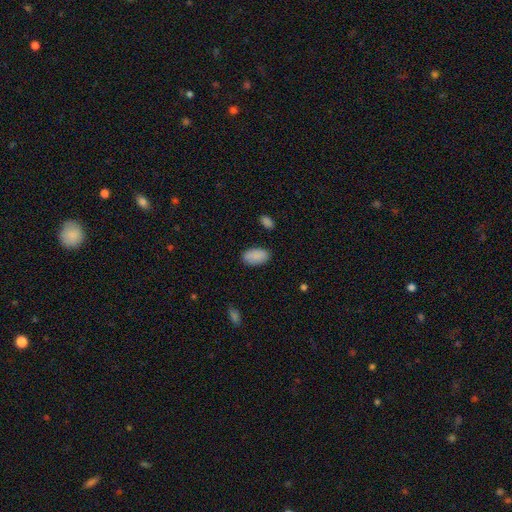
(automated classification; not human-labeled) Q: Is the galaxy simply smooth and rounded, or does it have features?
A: smooth — 89%.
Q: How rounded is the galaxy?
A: in between — 95%.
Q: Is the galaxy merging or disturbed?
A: none — 85%.